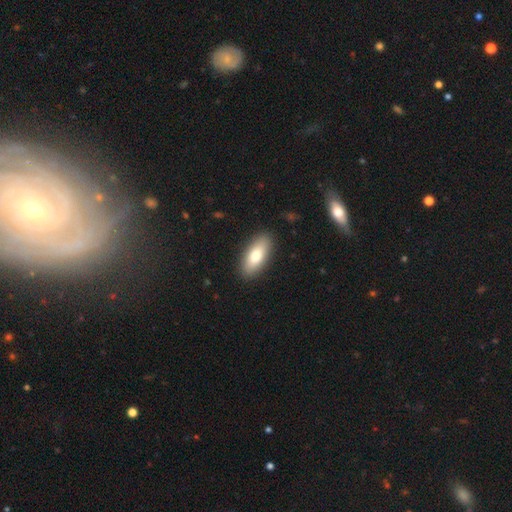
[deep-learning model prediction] Smooth or featured? Predicted: smooth (p=0.78). How rounded? Predicted: in between (p=0.81). Merging? Predicted: none (p=0.89).